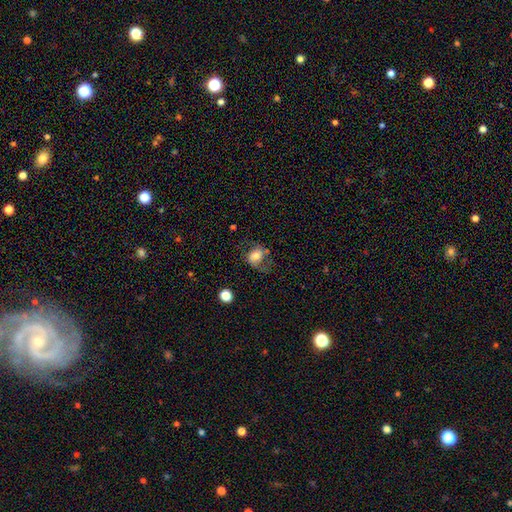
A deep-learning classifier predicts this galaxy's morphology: Smooth or featured: smooth — 56% (featured or disk — 35%)
How rounded: in between — 56% (round — 43%)
Merging: none — 51% (minor disturbance — 24%)